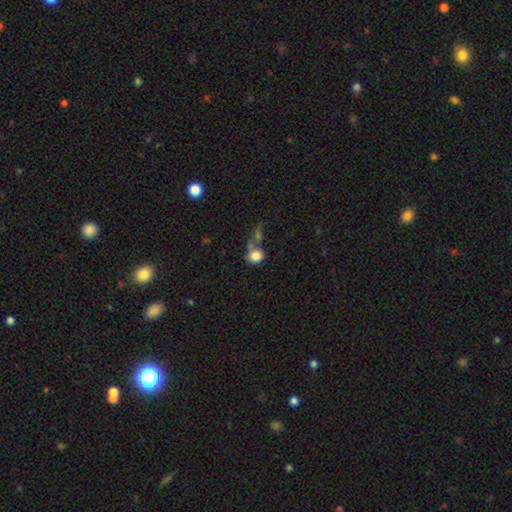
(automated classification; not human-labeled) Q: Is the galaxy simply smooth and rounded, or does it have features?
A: smooth — 81%.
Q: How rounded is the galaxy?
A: round — 72%.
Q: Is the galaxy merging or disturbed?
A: none — 39%.